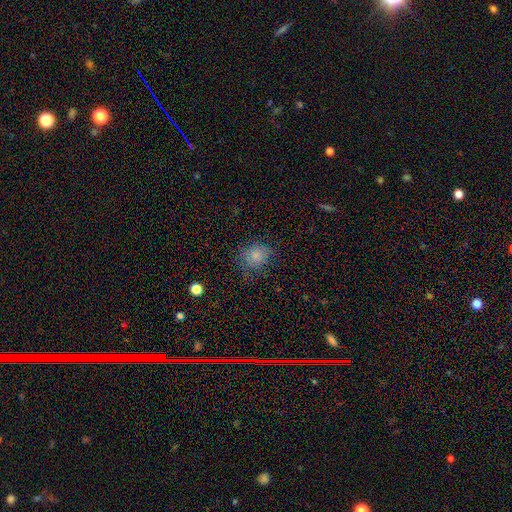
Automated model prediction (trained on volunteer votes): smooth-or-featured: smooth: 79% | star or artifact: 12% | featured or disk: 9%
  how-rounded: round: 75% | in between: 24% | cigar-shaped: 1%
  merging: none: 66% | minor disturbance: 23% | major disturbance: 10% | merger: 1%